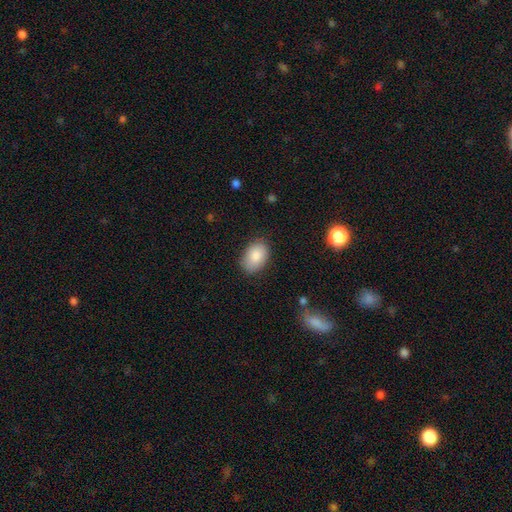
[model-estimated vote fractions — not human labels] smooth 86%, featured or disk 7%, star or artifact 7%. Down the decision tree: how rounded — in between (87%); merging — none (81%).